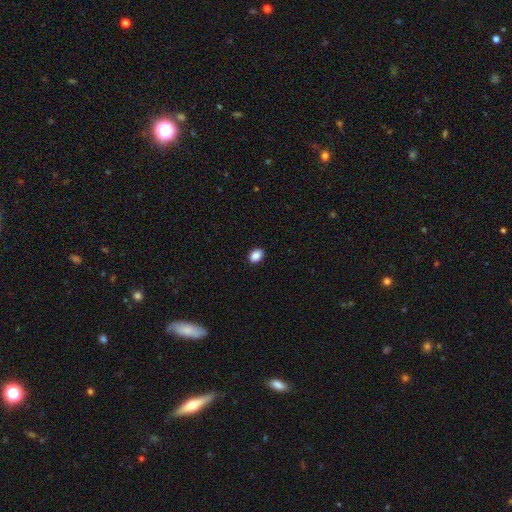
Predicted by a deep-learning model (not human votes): smooth 89%, star or artifact 9%, featured or disk 3%. Down the decision tree: how rounded — in between (67%); merging — none (90%).